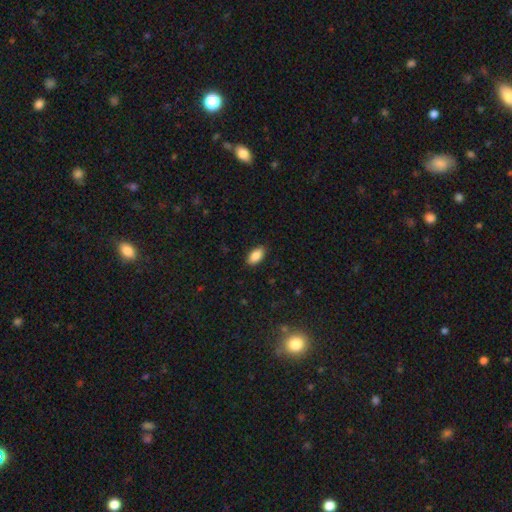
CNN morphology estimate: Smooth or featured: smooth — 88% (star or artifact — 7%)
How rounded: in between — 93% (cigar-shaped — 4%)
Merging: none — 88% (minor disturbance — 9%)